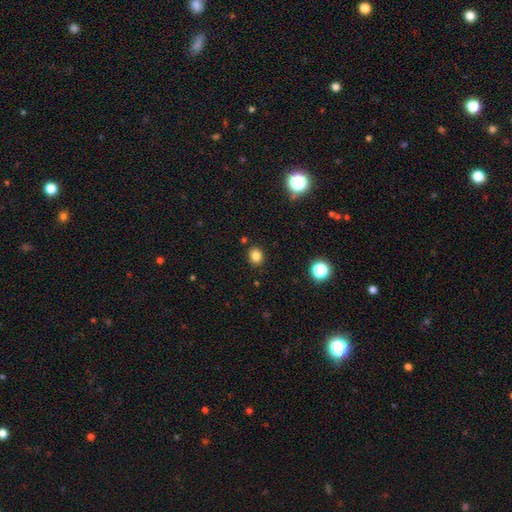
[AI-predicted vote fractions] This appears to be a smooth galaxy with no disk features (82%) that is round (64%). Merging: none (88%).